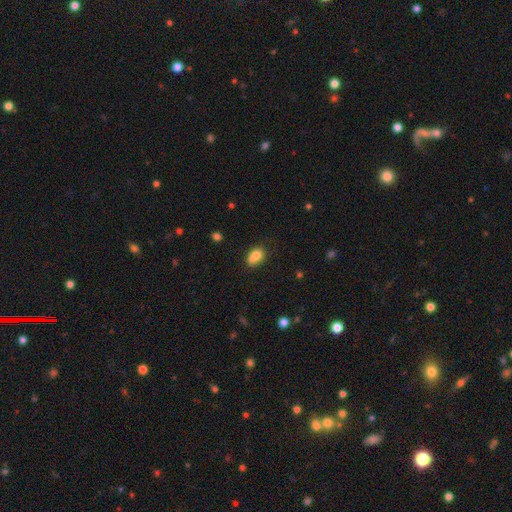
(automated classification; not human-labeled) smooth 77%, featured or disk 13%, star or artifact 10%. Down the decision tree: how rounded — in between (72%); merging — none (39%).